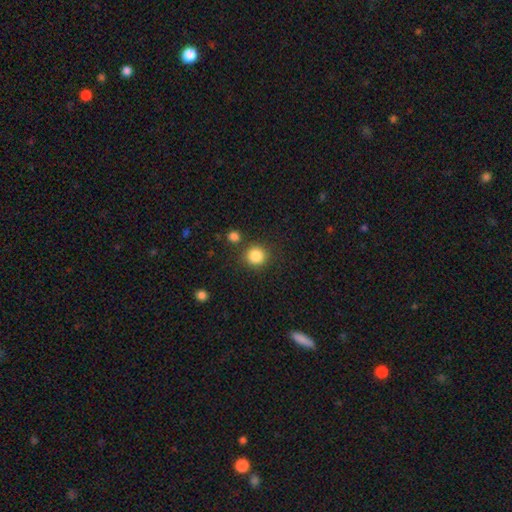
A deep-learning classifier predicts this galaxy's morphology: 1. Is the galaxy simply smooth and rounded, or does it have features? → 85% smooth, 10% star or artifact, 4% featured or disk.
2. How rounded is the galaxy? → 92% round, 7% in between, 1% cigar-shaped.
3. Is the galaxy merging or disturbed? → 83% none, 8% minor disturbance, 6% merger, 3% major disturbance.